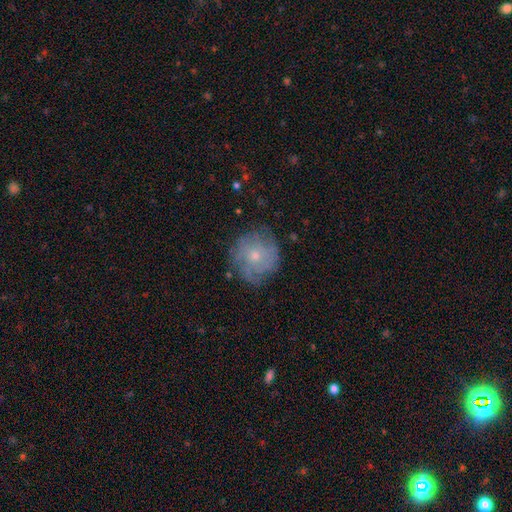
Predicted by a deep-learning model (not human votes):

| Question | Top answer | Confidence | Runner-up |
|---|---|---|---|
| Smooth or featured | featured or disk | 64% | smooth (27%) |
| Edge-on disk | no | 97% | yes (3%) |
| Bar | no | 84% | weak (14%) |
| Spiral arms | yes | 81% | no (19%) |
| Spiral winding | tight | 61% | medium (28%) |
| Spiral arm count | can't tell | 49% | 3 (14%) |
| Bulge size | small | 63% | moderate (33%) |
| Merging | none | 75% | minor disturbance (17%) |